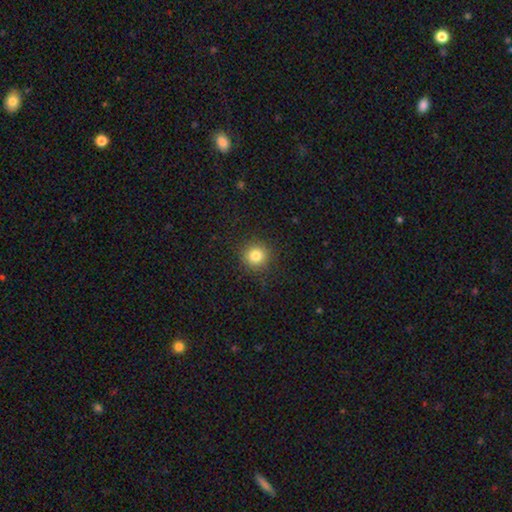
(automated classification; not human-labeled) Smooth or featured: smooth — 82% (star or artifact — 12%)
How rounded: round — 93% (in between — 6%)
Merging: none — 90% (minor disturbance — 6%)